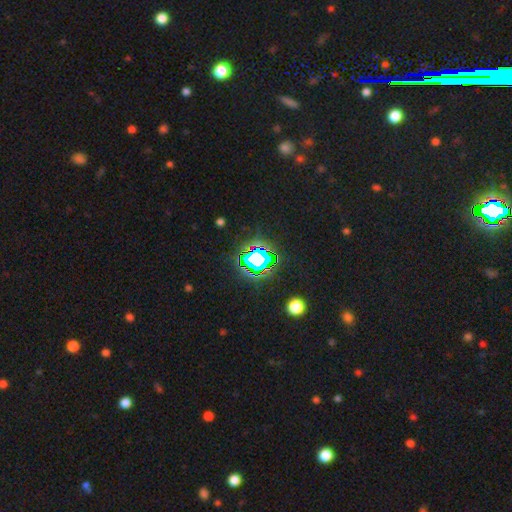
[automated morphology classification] smooth_or_featured: star or artifact (p=0.72) [alt: smooth p=0.17]